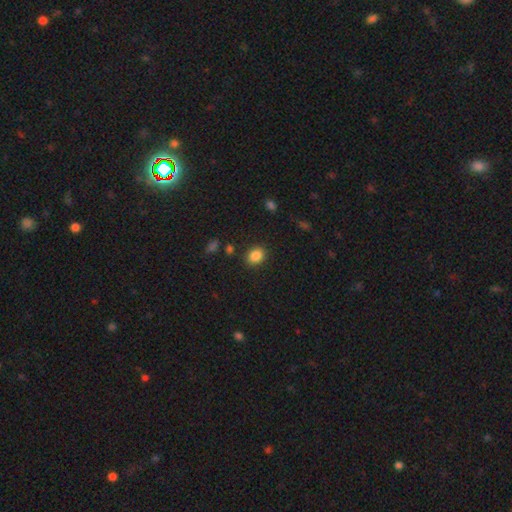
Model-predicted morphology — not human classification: Q: Smooth or featured?
A: smooth (86%); runner-up: star or artifact (10%)
Q: How rounded?
A: round (55%); runner-up: in between (44%)
Q: Merging?
A: none (86%); runner-up: minor disturbance (9%)